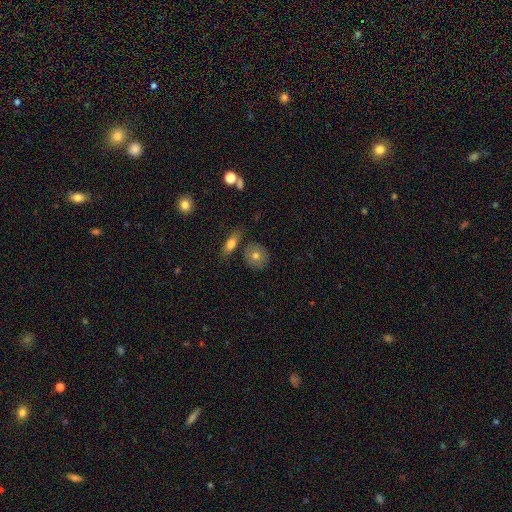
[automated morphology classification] type=smooth (71%); roundness=round (80%); merging=none (78%).